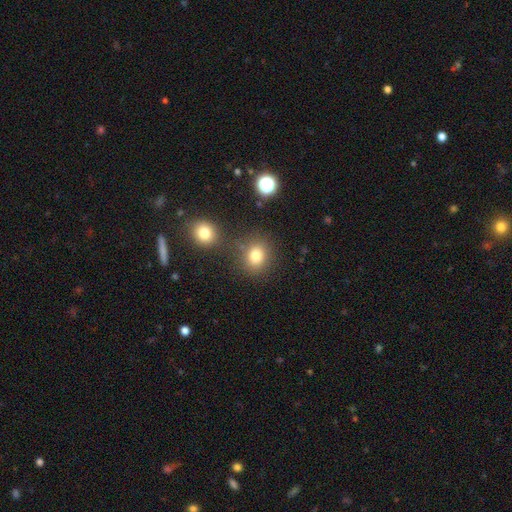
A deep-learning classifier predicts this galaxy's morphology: This appears to be a smooth galaxy with no disk features (79%) that is round (70%). Merging: none (76%).